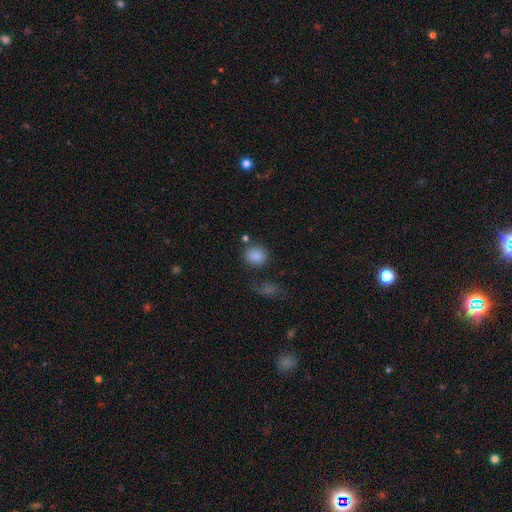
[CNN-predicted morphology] A smooth galaxy with no disk features (85%) that is round (69%). Merging: none (69%).